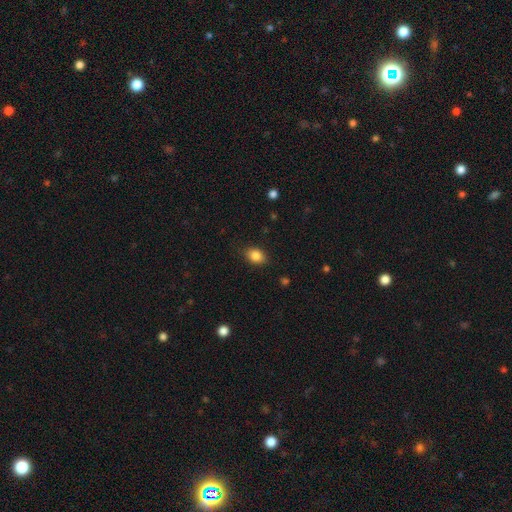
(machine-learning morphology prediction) Smooth or featured?
  - smooth: 85% *
  - star or artifact: 9%
  - featured or disk: 6%
How rounded?
  - in between: 72% *
  - round: 27%
  - cigar-shaped: 1%
Merging?
  - none: 84% *
  - minor disturbance: 12%
  - major disturbance: 3%
  - merger: 1%